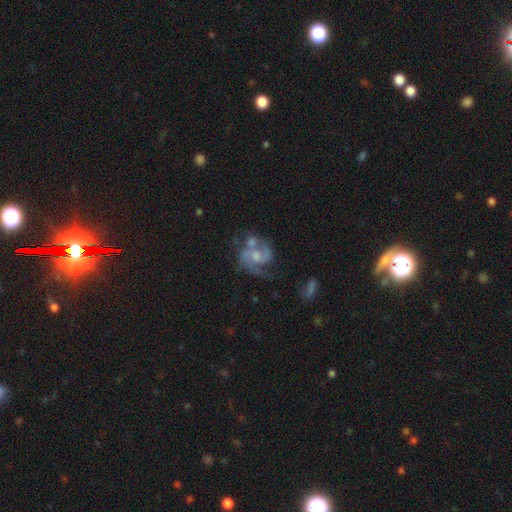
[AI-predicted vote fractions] smooth-or-featured: featured or disk: 79% | smooth: 13% | star or artifact: 7%
  disk-edge-on: no: 98% | yes: 2%
    bar: no: 58% | weak: 35% | strong: 7%
    has-spiral-arms: yes: 90% | no: 10%
      spiral-winding: medium: 52% | loose: 26% | tight: 22%
      spiral-arm-count: 2: 73% | can't tell: 10% | 1: 9% | 3: 5% | 4: 2% | more than 4: 2%
    bulge-size: moderate: 43% | small: 34% | none: 15% | large: 6% | dominant: 1%
  merging: none: 40% | major disturbance: 21% | merger: 20% | minor disturbance: 19%